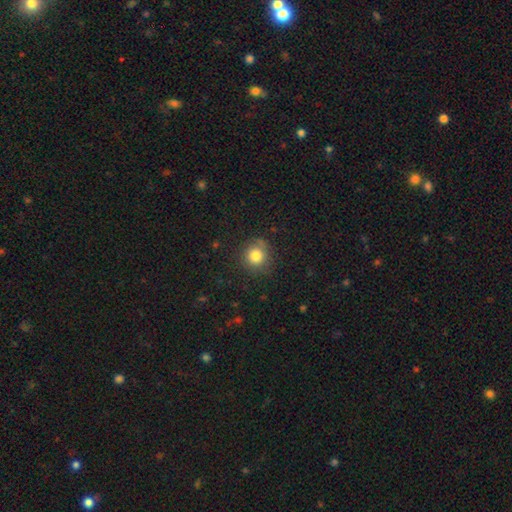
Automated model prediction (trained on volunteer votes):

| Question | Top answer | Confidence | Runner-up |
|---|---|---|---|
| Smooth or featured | smooth | 82% | star or artifact (11%) |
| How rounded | round | 90% | in between (9%) |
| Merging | none | 81% | minor disturbance (14%) |